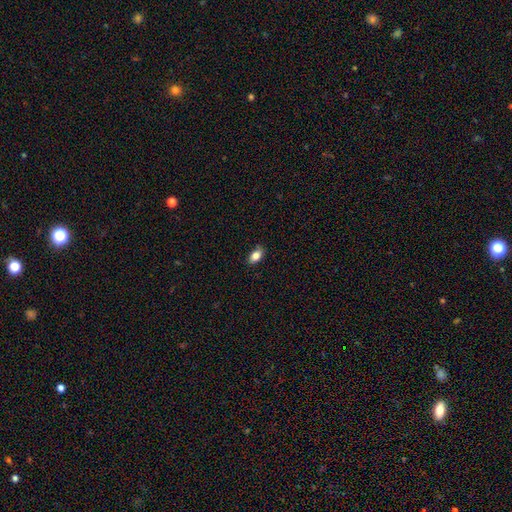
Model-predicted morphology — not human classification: Q: Smooth or featured?
A: smooth (81%); runner-up: featured or disk (10%)
Q: How rounded?
A: in between (87%); runner-up: round (9%)
Q: Merging?
A: none (81%); runner-up: minor disturbance (15%)